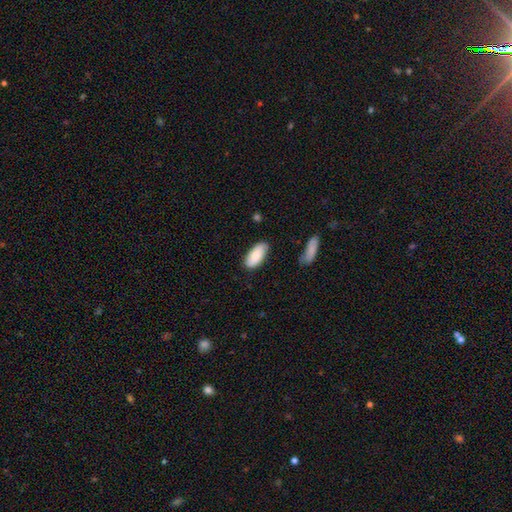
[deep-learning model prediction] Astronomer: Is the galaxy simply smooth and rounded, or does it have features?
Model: smooth — 83%.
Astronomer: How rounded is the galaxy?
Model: in between — 90%.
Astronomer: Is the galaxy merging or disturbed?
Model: none — 80%.